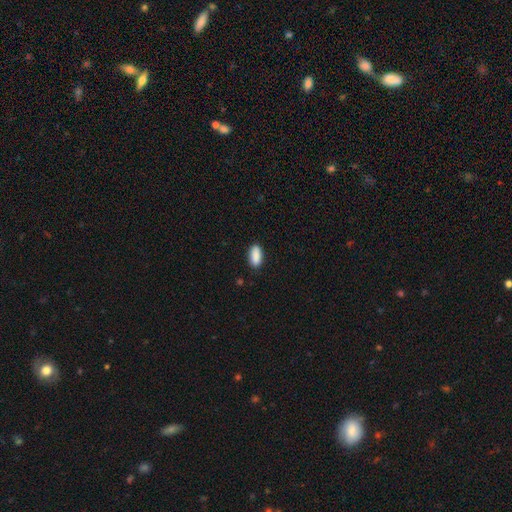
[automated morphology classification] Q: Smooth or featured?
A: smooth (90%); runner-up: star or artifact (7%)
Q: How rounded?
A: in between (91%); runner-up: cigar-shaped (6%)
Q: Merging?
A: none (88%); runner-up: minor disturbance (9%)